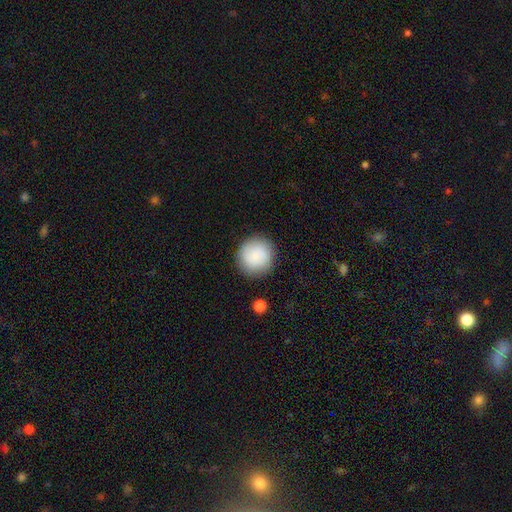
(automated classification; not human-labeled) Smooth or featured: smooth — 85% (featured or disk — 8%)
How rounded: round — 92% (in between — 7%)
Merging: none — 87% (minor disturbance — 9%)